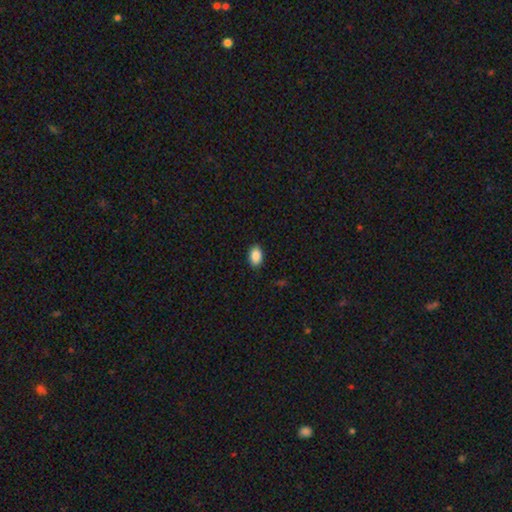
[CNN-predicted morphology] type=smooth (89%); roundness=in between (91%); merging=none (89%).